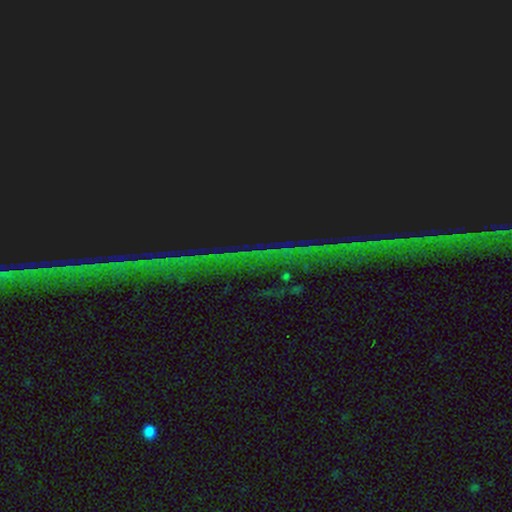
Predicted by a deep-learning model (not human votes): A star or artifact, not a galaxy (85%).

Vote fractions:
- Smooth or featured? star or artifact: 85% / featured or disk: 9% / smooth: 7%